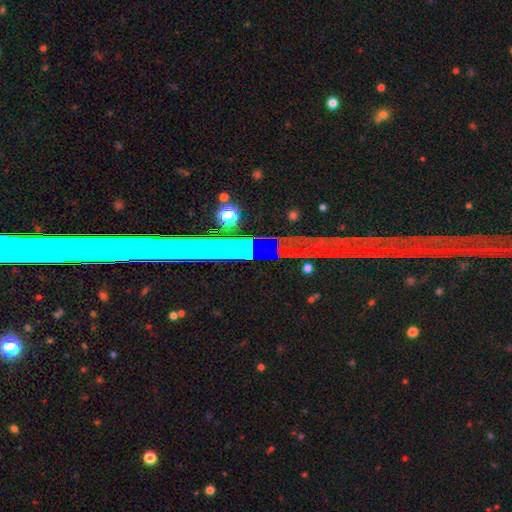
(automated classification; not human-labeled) This is likely a star or artifact rather than a galaxy (62%).